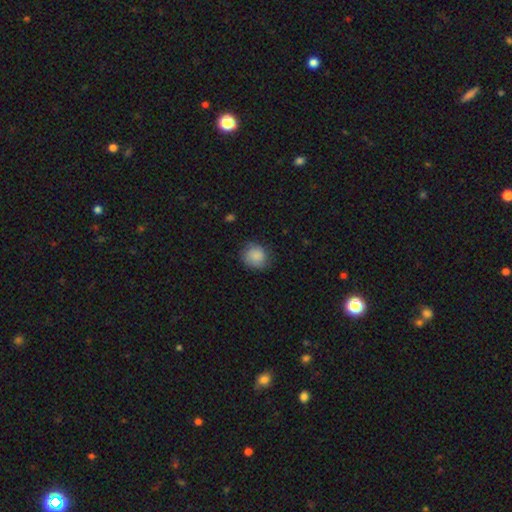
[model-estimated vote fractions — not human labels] A smooth galaxy with no disk features (84%) that is round (80%).

Vote fractions:
- Smooth or featured? smooth: 84% / featured or disk: 9% / star or artifact: 7%
- How rounded? round: 80% / in between: 19% / cigar-shaped: 1%
- Merging? none: 74% / minor disturbance: 20% / major disturbance: 5% / merger: 1%